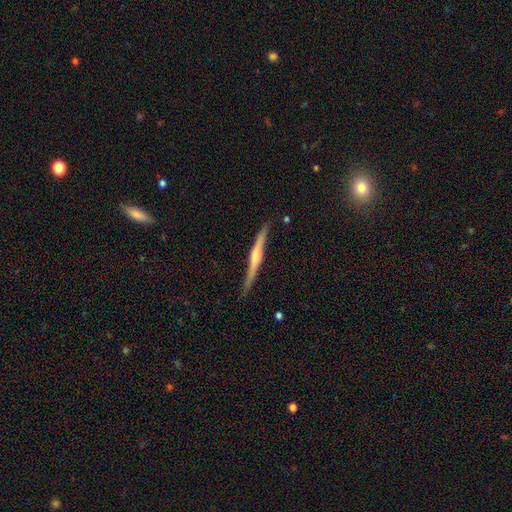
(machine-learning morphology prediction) smooth-or-featured: featured or disk: 71% | smooth: 24% | star or artifact: 6%
  disk-edge-on: yes: 98% | no: 2%
    edge-on-bulge: rounded: 69% | none: 19% | boxy: 12%
  merging: none: 86% | minor disturbance: 11% | major disturbance: 2% | merger: 1%